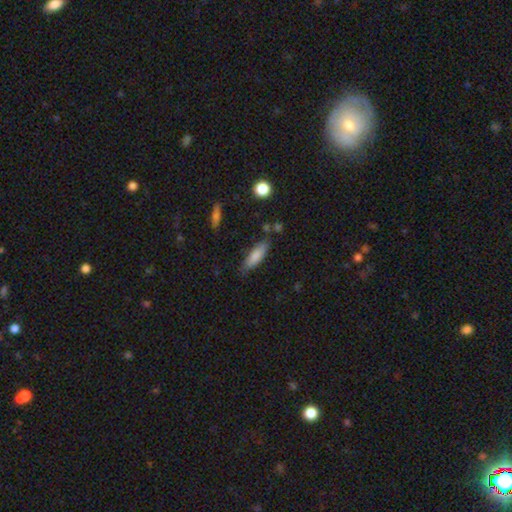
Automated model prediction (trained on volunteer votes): Q: Smooth or featured?
A: smooth (81%); runner-up: featured or disk (12%)
Q: How rounded?
A: cigar-shaped (50%); runner-up: in between (49%)
Q: Merging?
A: none (76%); runner-up: minor disturbance (17%)